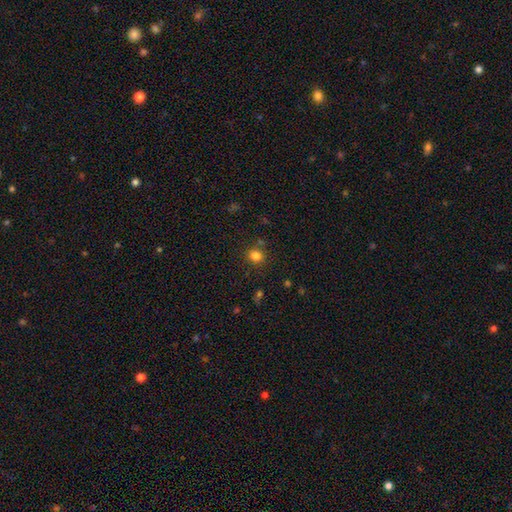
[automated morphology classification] Smooth or featured? smooth (82%)
How rounded? round (78%)
Merging? none (81%)